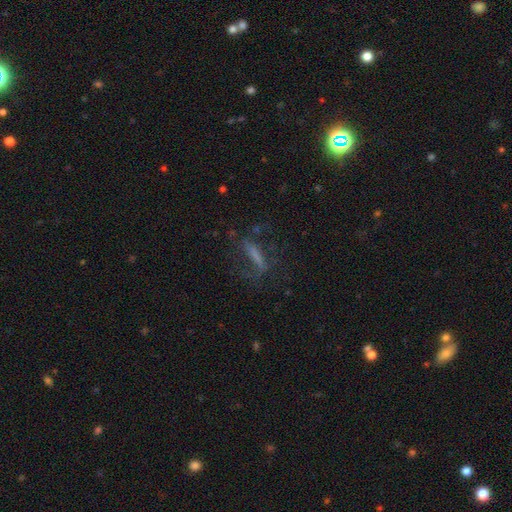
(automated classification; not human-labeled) Morphology: type=featured or disk (48%); merging=none (55%).